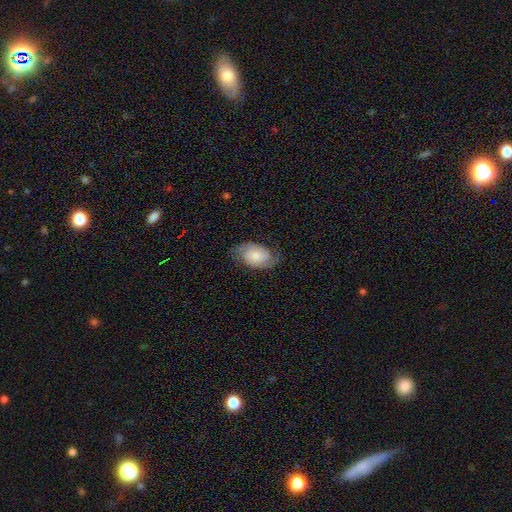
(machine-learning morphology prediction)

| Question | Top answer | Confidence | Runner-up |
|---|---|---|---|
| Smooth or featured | featured or disk | 70% | smooth (23%) |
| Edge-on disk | no | 97% | yes (3%) |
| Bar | no | 66% | weak (28%) |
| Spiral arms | yes | 95% | no (5%) |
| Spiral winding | medium | 43% | tight (40%) |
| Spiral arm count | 2 | 88% | can't tell (6%) |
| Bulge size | moderate | 35% | small (34%) |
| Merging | none | 75% | minor disturbance (17%) |